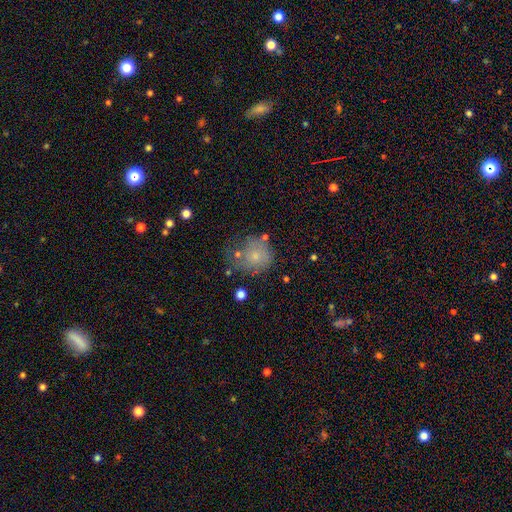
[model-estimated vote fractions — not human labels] Smooth or featured? Predicted: smooth (p=0.67). How rounded? Predicted: round (p=0.82). Merging? Predicted: none (p=0.45).